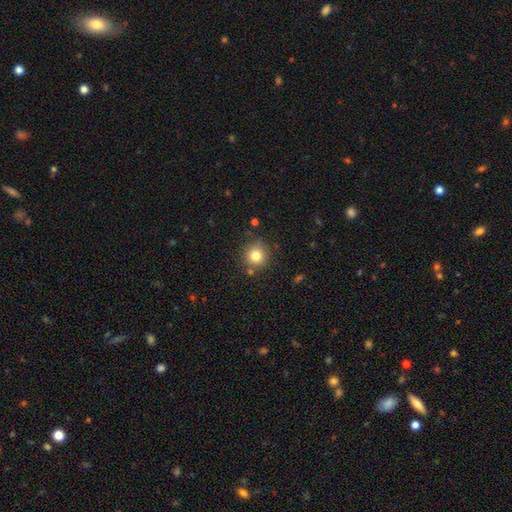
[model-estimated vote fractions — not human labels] This appears to be a smooth galaxy with no disk features (80%) that is round (92%). Merging: none (82%).